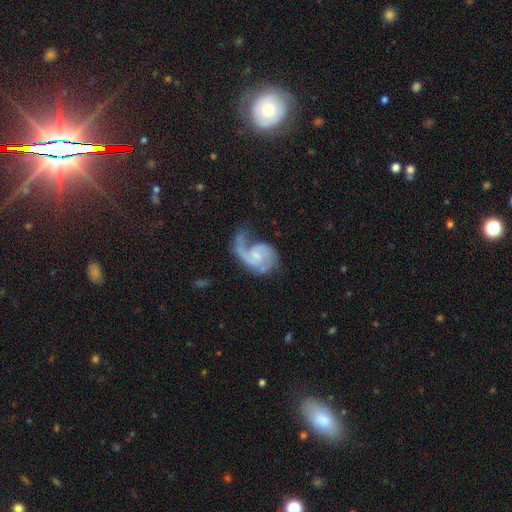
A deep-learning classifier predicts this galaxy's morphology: Smooth or featured? Predicted: featured or disk (p=0.86). Edge-on disk? Predicted: no (p=0.98). Bar? Predicted: no (p=0.56). Spiral arms? Predicted: yes (p=0.96). Spiral winding? Predicted: medium (p=0.47). Spiral arm count? Predicted: 2 (p=0.60). Bulge size? Predicted: small (p=0.56). Merging? Predicted: none (p=0.37).